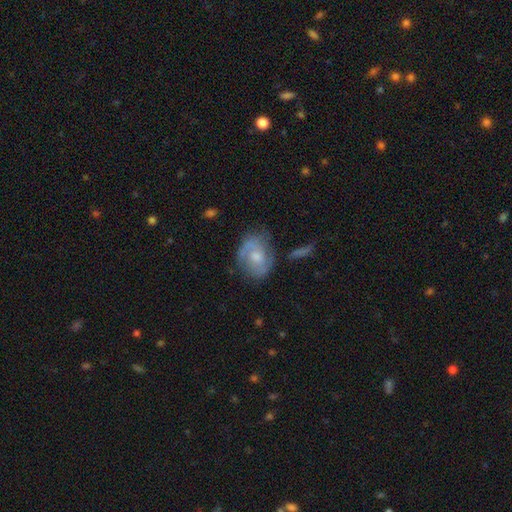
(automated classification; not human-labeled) A featured or disk galaxy (63%) with no bar (66%), 2 (69%) medium (45%) spiral arms (83%) and a moderate central bulge (54%).

Vote fractions:
- Smooth or featured? featured or disk: 63% / smooth: 29% / star or artifact: 7%
- Edge-on disk? no: 97% / yes: 3%
- Bar? no: 66% / weak: 29% / strong: 4%
- Spiral arms? yes: 83% / no: 17%
- Spiral winding? medium: 45% / tight: 35% / loose: 20%
- Spiral arm count? 2: 69% / can't tell: 19% / 1: 6% / 3: 4% / 4: 2% / more than 4: 1%
- Bulge size? moderate: 54% / small: 33% / large: 6% / none: 5% / dominant: 1%
- Merging? none: 61% / minor disturbance: 24% / major disturbance: 10% / merger: 4%